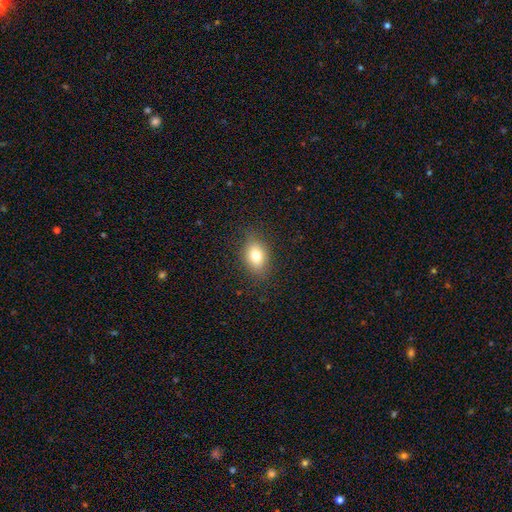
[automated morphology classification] smooth-or-featured: smooth: 78% | featured or disk: 12% | star or artifact: 10%
  how-rounded: in between: 76% | round: 22% | cigar-shaped: 2%
  merging: none: 83% | minor disturbance: 12% | major disturbance: 4% | merger: 1%